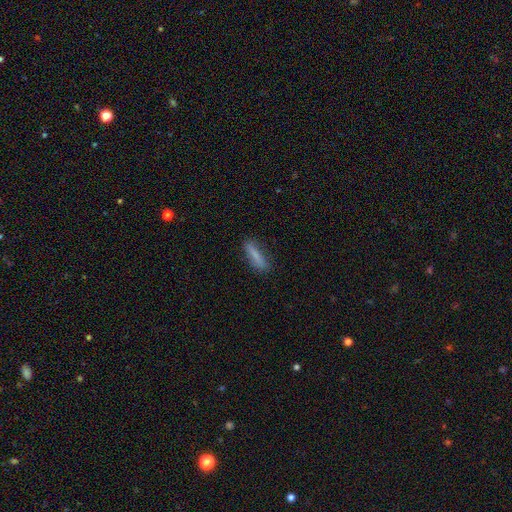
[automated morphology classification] A smooth galaxy with no disk features (78%) that is cigar-shaped (78%). Merging: none (82%).